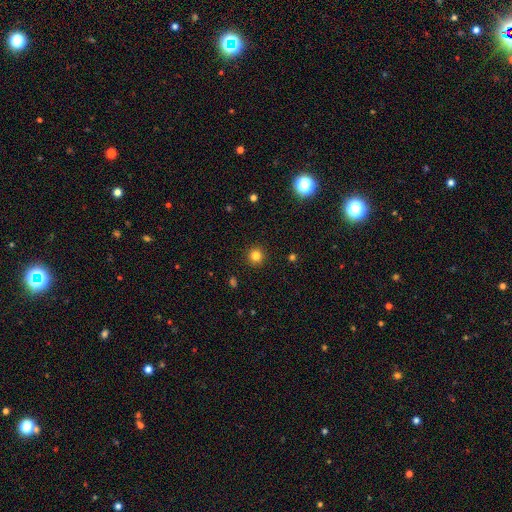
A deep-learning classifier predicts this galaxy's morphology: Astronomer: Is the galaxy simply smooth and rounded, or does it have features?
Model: smooth — 82%.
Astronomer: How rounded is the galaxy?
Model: round — 95%.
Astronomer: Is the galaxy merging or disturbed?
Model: none — 92%.